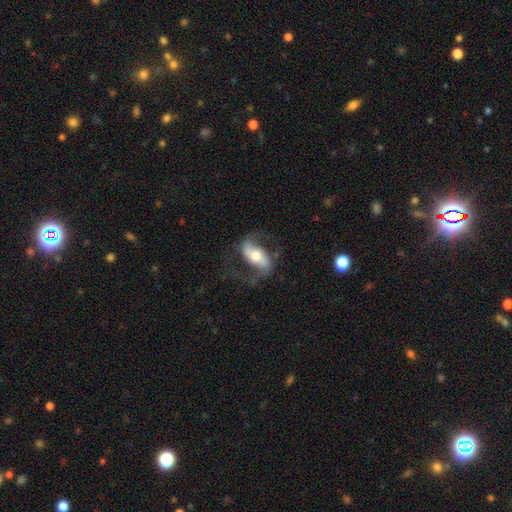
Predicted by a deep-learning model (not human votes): A featured or disk galaxy (82%) with a strong bar (45%), 2 (92%) loose (55%) spiral arms (92%) and a moderate central bulge (67%).

Vote fractions:
- Smooth or featured? featured or disk: 82% / smooth: 14% / star or artifact: 5%
- Edge-on disk? no: 94% / yes: 6%
- Bar? strong: 45% / weak: 32% / no: 23%
- Spiral arms? yes: 92% / no: 8%
- Spiral winding? loose: 55% / medium: 36% / tight: 9%
- Spiral arm count? 2: 92% / can't tell: 3% / 1: 3% / 3: 1% / 4: 1% / more than 4: 1%
- Bulge size? moderate: 67% / small: 17% / large: 14% / dominant: 2% / none: 1%
- Merging? none: 67% / major disturbance: 16% / minor disturbance: 15% / merger: 2%